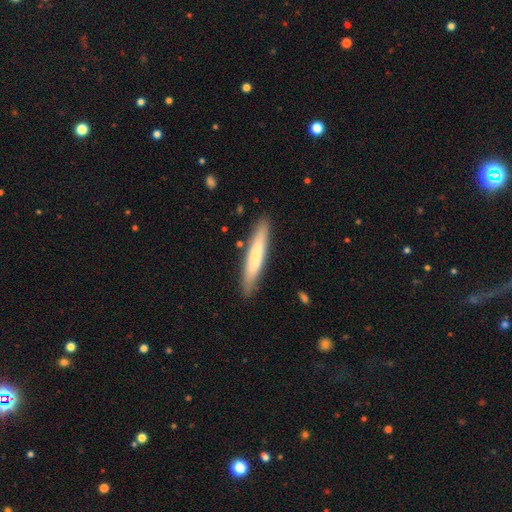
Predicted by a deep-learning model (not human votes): smooth_or_featured: smooth (p=0.67) [alt: featured or disk p=0.28]
how_rounded: cigar-shaped (p=0.92) [alt: in between p=0.07]
merging: none (p=0.86) [alt: minor disturbance p=0.10]